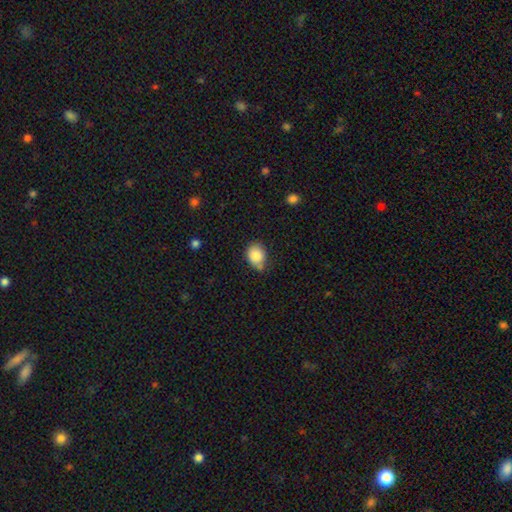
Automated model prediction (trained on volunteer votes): Overall: smooth (86%). How rounded: round (59%; in between 40%). Merging: none (64%).